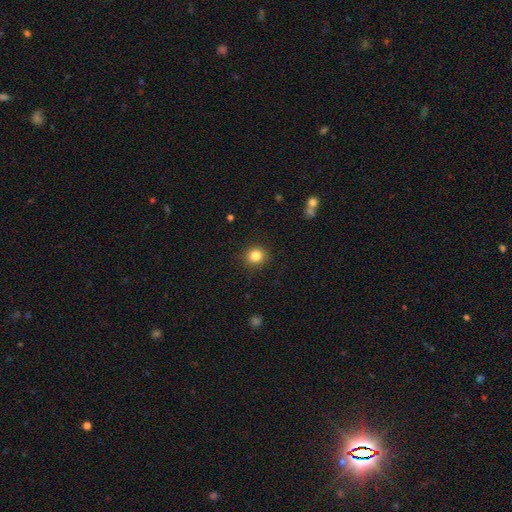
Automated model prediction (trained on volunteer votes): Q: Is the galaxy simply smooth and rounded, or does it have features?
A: smooth — 84%.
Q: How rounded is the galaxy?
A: round — 83%.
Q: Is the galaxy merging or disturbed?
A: none — 89%.